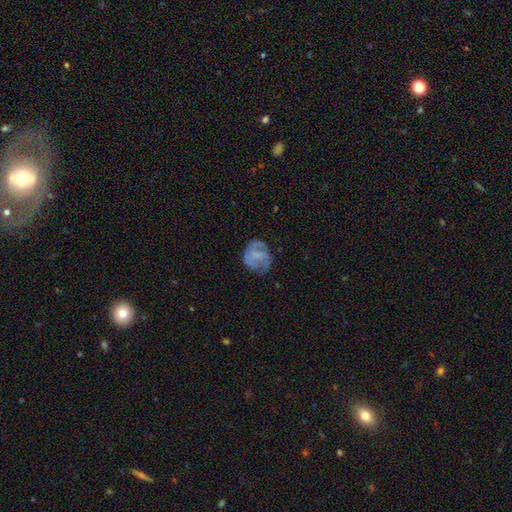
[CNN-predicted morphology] This appears to be a featured or disk galaxy (57%) with no bar (60%), spiral arms (69%) and no central bulge (57%). Merging: none (57%).